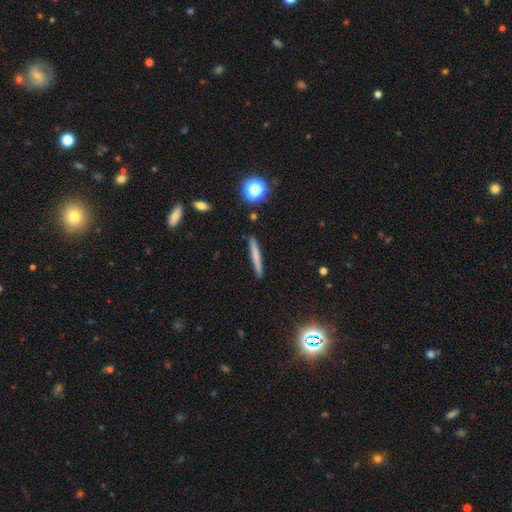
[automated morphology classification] This appears to be a smooth galaxy with no disk features (65%) that is cigar-shaped (95%). Merging: none (90%).